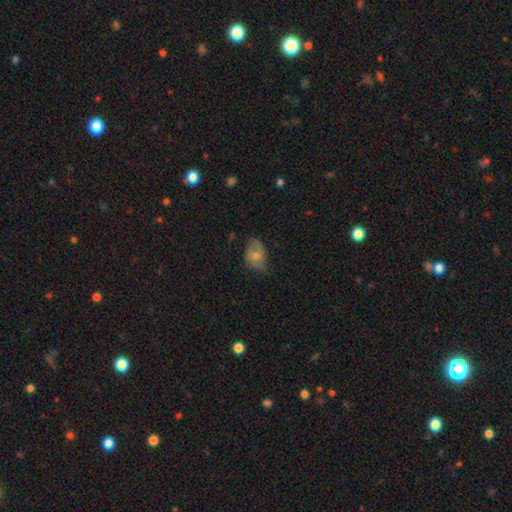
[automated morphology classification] A featured or disk galaxy (46%).

Vote fractions:
- Smooth or featured? featured or disk: 46% / smooth: 44% / star or artifact: 10%
- Merging? none: 61% / minor disturbance: 28% / major disturbance: 10% / merger: 1%